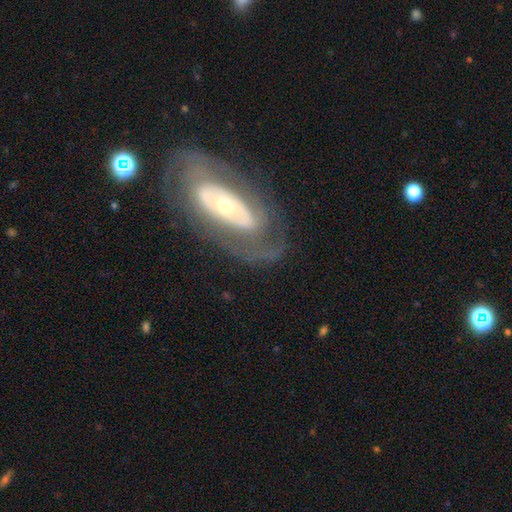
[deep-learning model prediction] featured or disk 78%, smooth 16%, star or artifact 6%. Down the decision tree: edge-on disk — no (89%); bar — no (71%); spiral arms — yes (62%); bulge size — small (51%); merging — none (71%).